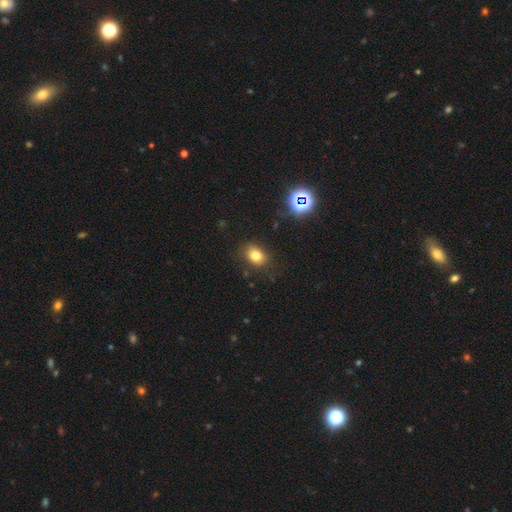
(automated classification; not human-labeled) smooth-or-featured: smooth: 77% | star or artifact: 14% | featured or disk: 8%
  how-rounded: in between: 63% | round: 36% | cigar-shaped: 1%
  merging: none: 83% | minor disturbance: 12% | major disturbance: 3% | merger: 2%